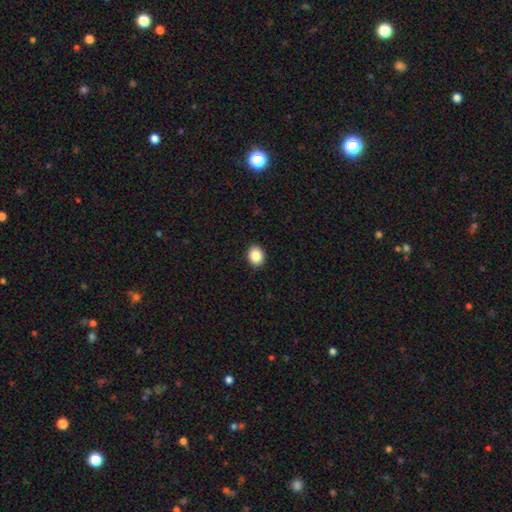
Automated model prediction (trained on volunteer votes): Morphology: type=smooth (88%); roundness=in between (51%); merging=none (91%).